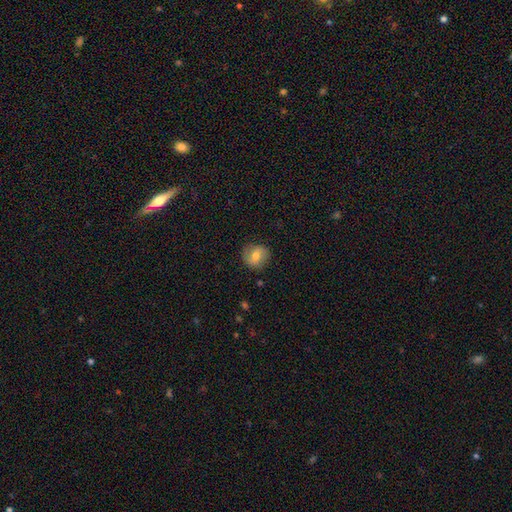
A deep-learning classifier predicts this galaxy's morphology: smooth_or_featured: smooth (p=0.61) [alt: featured or disk p=0.31]
how_rounded: round (p=0.80) [alt: in between p=0.19]
merging: none (p=0.81) [alt: minor disturbance p=0.14]